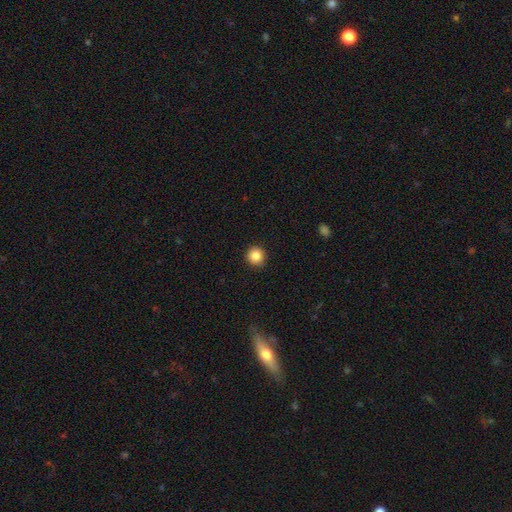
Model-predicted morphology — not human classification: Smooth or featured?
  - smooth: 85% *
  - star or artifact: 10%
  - featured or disk: 5%
How rounded?
  - round: 94% *
  - in between: 5%
  - cigar-shaped: 1%
Merging?
  - none: 92% *
  - minor disturbance: 5%
  - major disturbance: 2%
  - merger: 1%